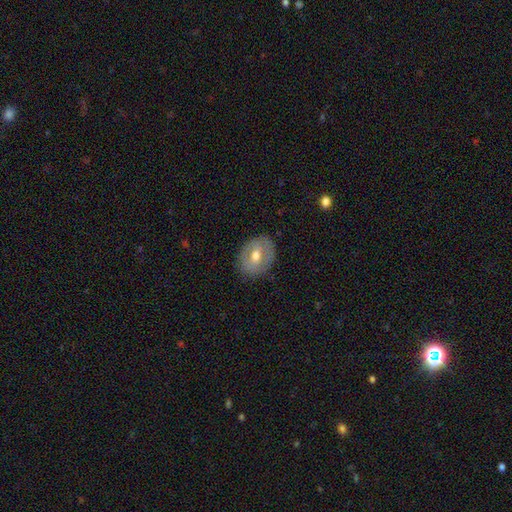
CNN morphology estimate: Q: Smooth or featured?
A: smooth (50%); runner-up: featured or disk (43%)
Q: Merging?
A: none (82%); runner-up: minor disturbance (13%)